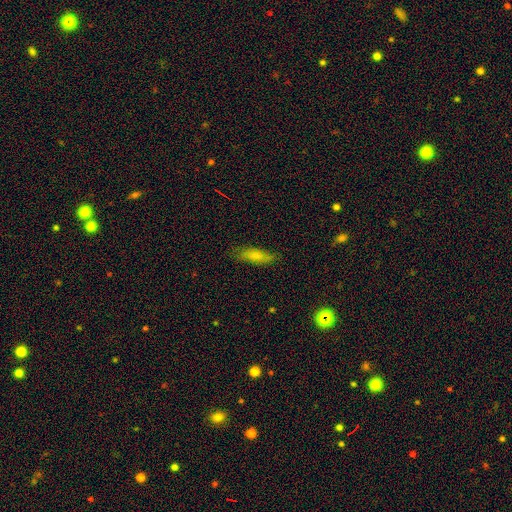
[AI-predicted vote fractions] Overall: smooth (78%). How rounded: in between (51%; cigar-shaped 46%). Merging: none (77%).